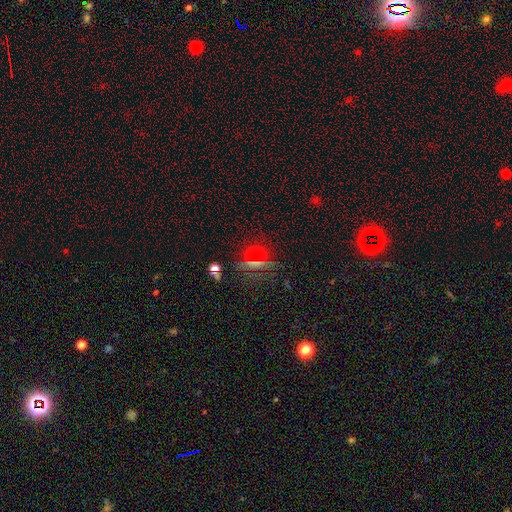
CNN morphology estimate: smooth 50%, star or artifact 40%, featured or disk 10%. Down the decision tree: how rounded — round (72%); merging — none (82%).